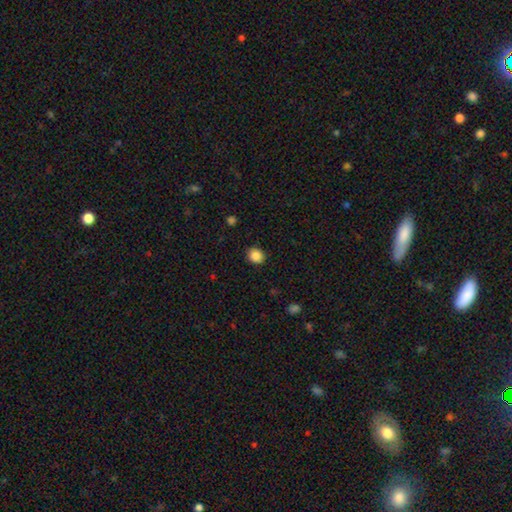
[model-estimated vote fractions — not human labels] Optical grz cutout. It shows a smooth galaxy with no disk features (86%) that is round (78%). Merging: none (89%).